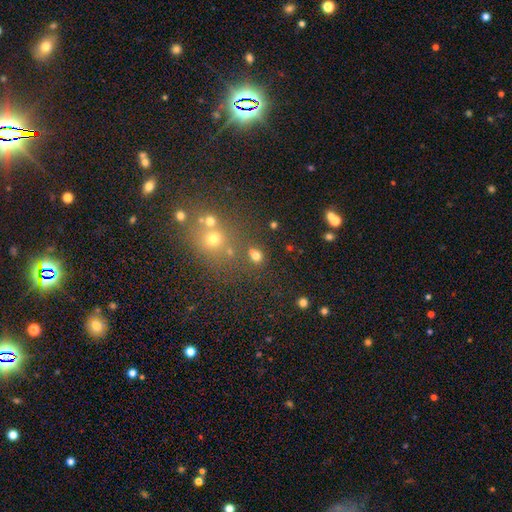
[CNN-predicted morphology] This is likely a smooth galaxy (71%). How rounded: likely round (76%). Merging: likely none (70%).